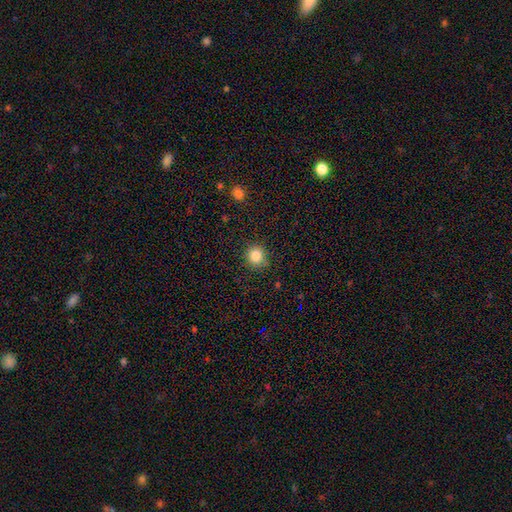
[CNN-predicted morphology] smooth_or_featured: smooth (p=0.84) [alt: star or artifact p=0.11]
how_rounded: round (p=0.90) [alt: in between p=0.09]
merging: none (p=0.87) [alt: minor disturbance p=0.09]